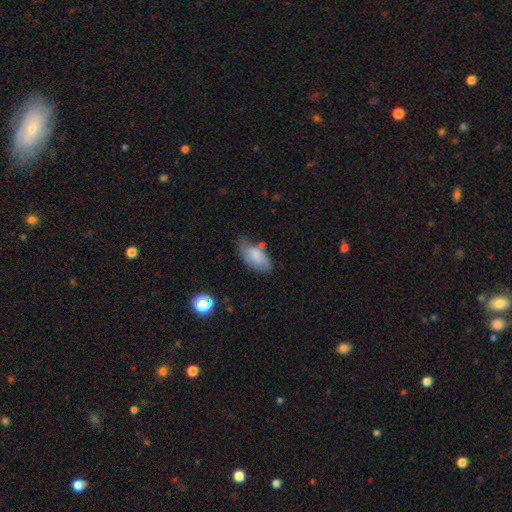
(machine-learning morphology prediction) smooth_or_featured: smooth (p=0.68) [alt: featured or disk p=0.24]
how_rounded: in between (p=0.92) [alt: round p=0.04]
merging: none (p=0.46) [alt: minor disturbance p=0.34]